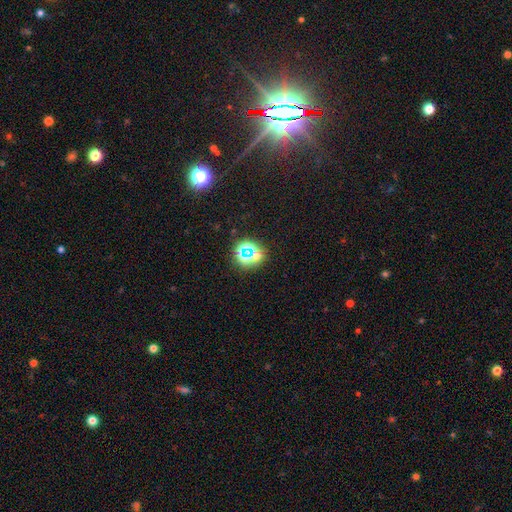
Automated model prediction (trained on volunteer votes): smooth_or_featured: star or artifact (p=0.61) [alt: smooth p=0.27]